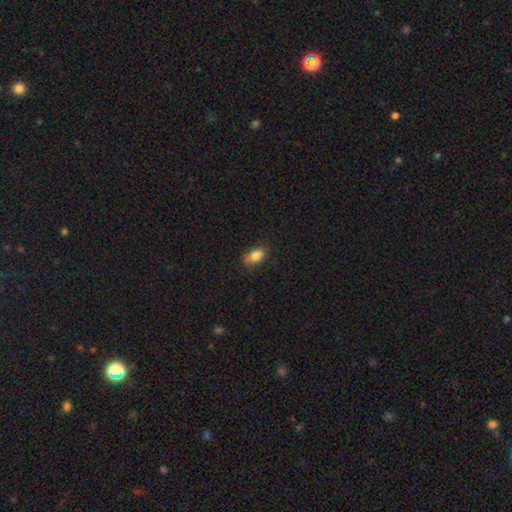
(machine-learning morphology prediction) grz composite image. It shows a smooth galaxy with no disk features (83%) that is in between round and cigar-shaped (87%). Merging: none (72%).